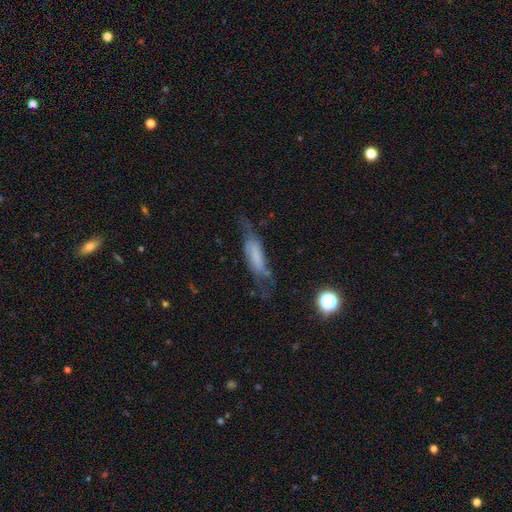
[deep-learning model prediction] This is possibly a featured or disk galaxy (48%). Merging: possibly none (46%).